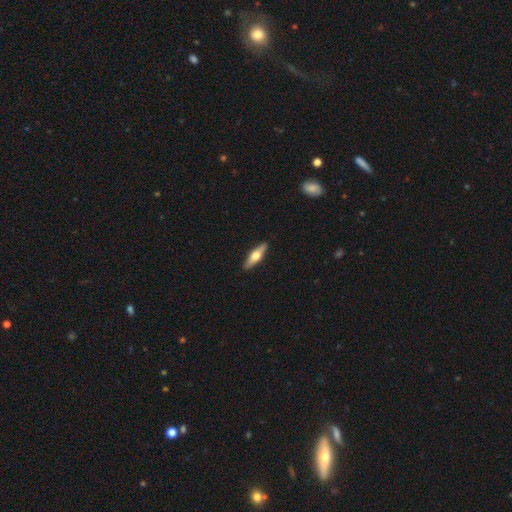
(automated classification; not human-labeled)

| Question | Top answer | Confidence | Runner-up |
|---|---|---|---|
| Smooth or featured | smooth | 51% | featured or disk (44%) |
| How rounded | cigar-shaped | 58% | in between (39%) |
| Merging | none | 90% | minor disturbance (7%) |